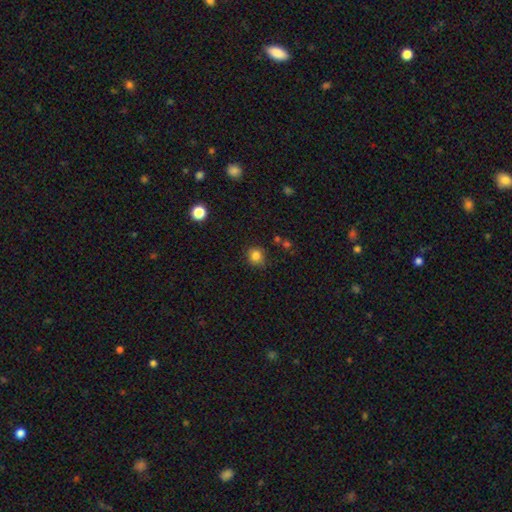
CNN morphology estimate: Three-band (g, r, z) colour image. It shows a smooth galaxy with no disk features (84%) that is round (88%). Merging: none (82%).